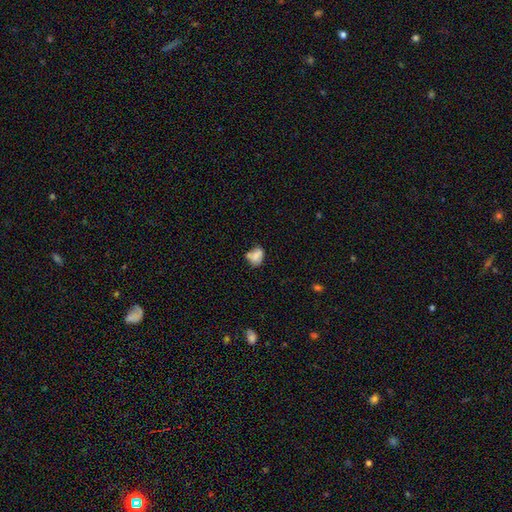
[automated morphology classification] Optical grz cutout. It shows a smooth galaxy with no disk features (66%) that is in between round and cigar-shaped (66%). Merging: none (43%).